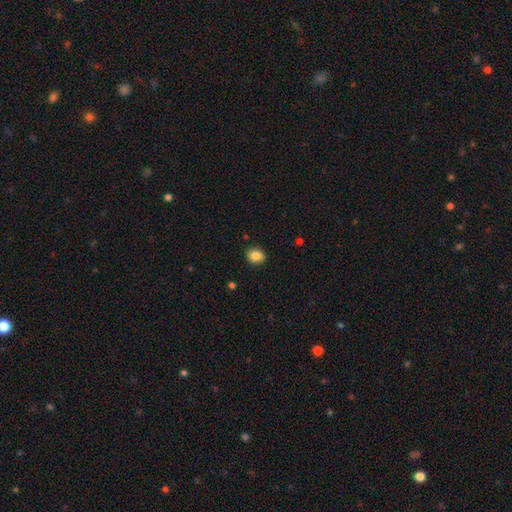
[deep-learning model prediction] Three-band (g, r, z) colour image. It shows a smooth galaxy with no disk features (86%) that is round (60%). Merging: none (89%).